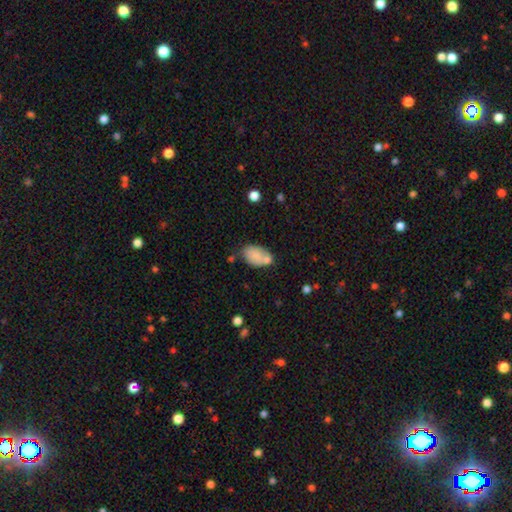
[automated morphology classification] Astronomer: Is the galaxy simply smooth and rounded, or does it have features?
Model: smooth — 79%.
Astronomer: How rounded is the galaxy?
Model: in between — 91%.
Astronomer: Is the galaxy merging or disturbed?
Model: none — 55%.